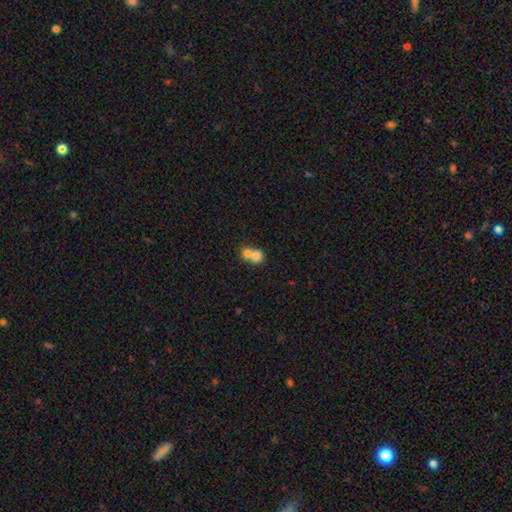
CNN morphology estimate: smooth_or_featured: smooth (p=0.74) [alt: featured or disk p=0.16]
how_rounded: round (p=0.73) [alt: in between p=0.26]
merging: merger (p=0.71) [alt: none p=0.22]